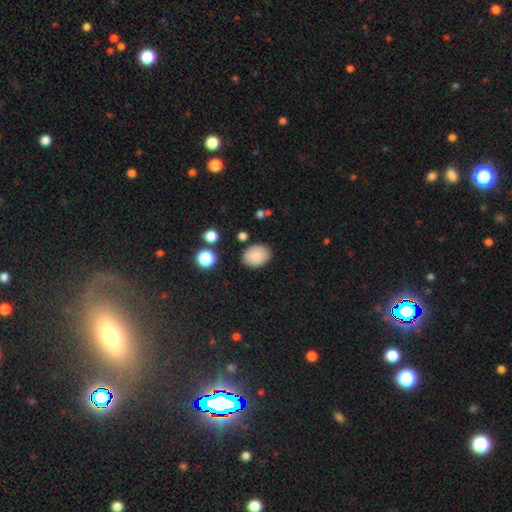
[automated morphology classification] type=smooth (86%); roundness=in between (69%); merging=none (83%).